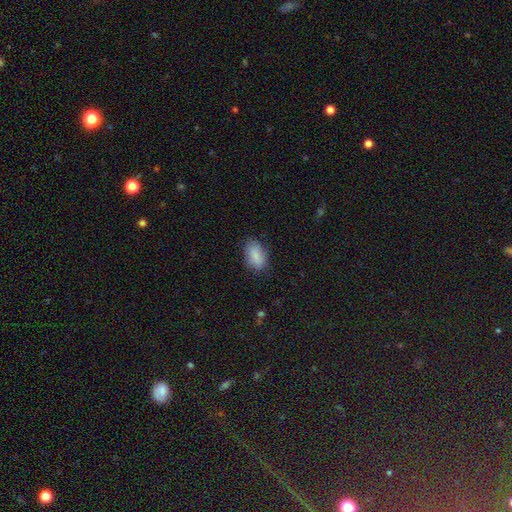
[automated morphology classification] A smooth galaxy with no disk features (85%) that is in between round and cigar-shaped (89%).

Vote fractions:
- Smooth or featured? smooth: 85% / star or artifact: 7% / featured or disk: 7%
- How rounded? in between: 89% / round: 7% / cigar-shaped: 3%
- Merging? none: 77% / minor disturbance: 18% / major disturbance: 4% / merger: 1%